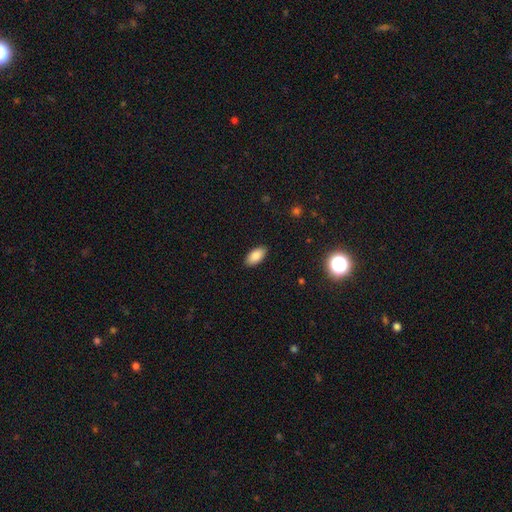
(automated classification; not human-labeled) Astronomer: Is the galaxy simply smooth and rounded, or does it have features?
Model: smooth — 86%.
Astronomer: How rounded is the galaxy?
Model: in between — 93%.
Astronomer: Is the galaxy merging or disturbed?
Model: none — 88%.